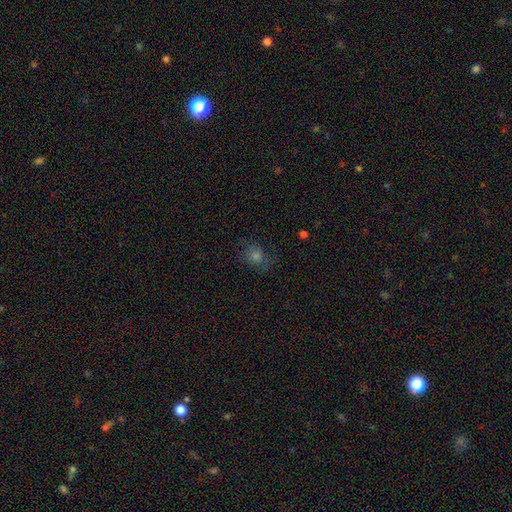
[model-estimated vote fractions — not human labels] Smooth or featured: smooth — 56% (star or artifact — 27%)
How rounded: round — 72% (in between — 27%)
Merging: none — 71% (minor disturbance — 18%)